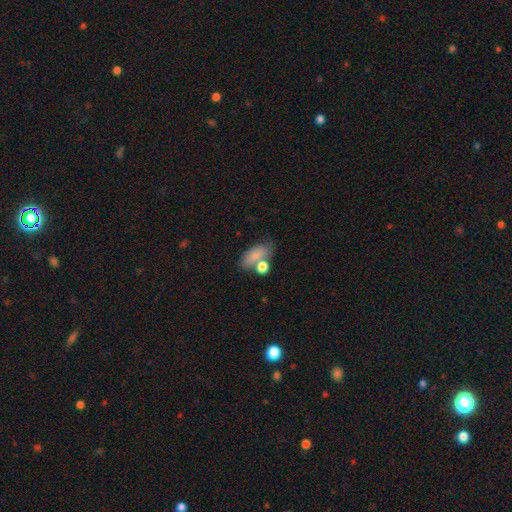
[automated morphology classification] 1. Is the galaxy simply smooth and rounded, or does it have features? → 80% smooth, 11% featured or disk, 9% star or artifact.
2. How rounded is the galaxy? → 85% in between, 9% round, 6% cigar-shaped.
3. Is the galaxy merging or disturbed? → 49% none, 27% merger, 17% minor disturbance, 8% major disturbance.